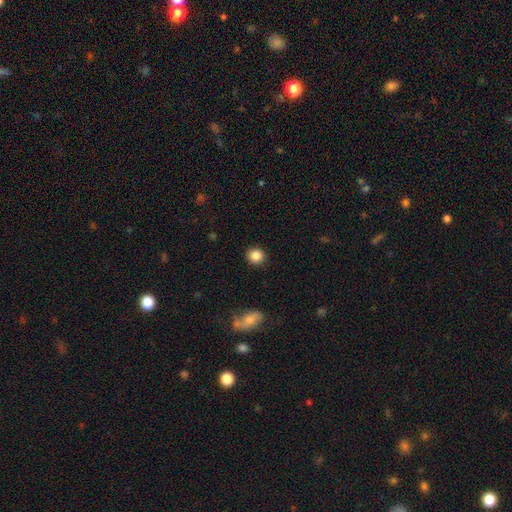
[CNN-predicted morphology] This appears to be a smooth galaxy with no disk features (86%) that is round (85%). Merging: none (90%).